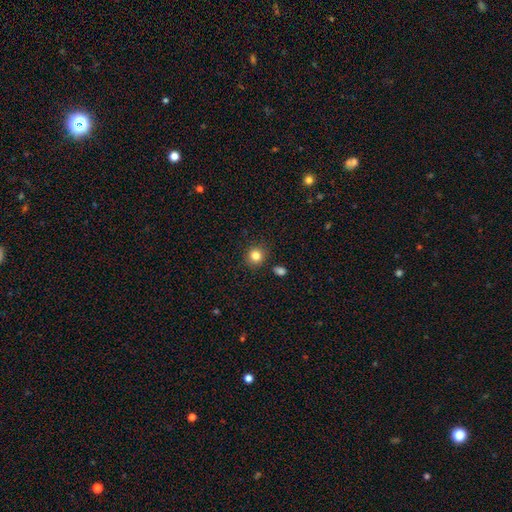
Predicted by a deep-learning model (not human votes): Q: Smooth or featured?
A: smooth (83%); runner-up: star or artifact (11%)
Q: How rounded?
A: round (88%); runner-up: in between (11%)
Q: Merging?
A: none (87%); runner-up: minor disturbance (8%)